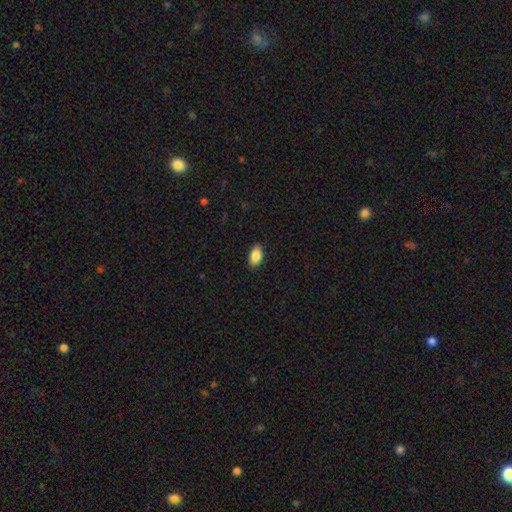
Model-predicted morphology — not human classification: smooth-or-featured: smooth: 88% | star or artifact: 7% | featured or disk: 5%
  how-rounded: in between: 93% | round: 5% | cigar-shaped: 2%
  merging: none: 89% | minor disturbance: 8% | major disturbance: 2% | merger: 1%